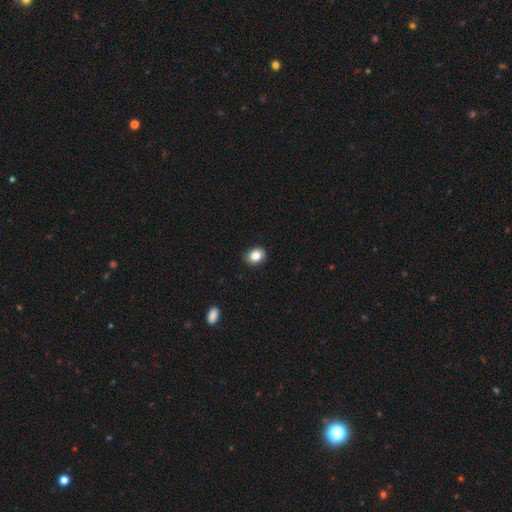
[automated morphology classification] A smooth galaxy with no disk features (85%) that is in between round and cigar-shaped (58%). Merging: none (88%).